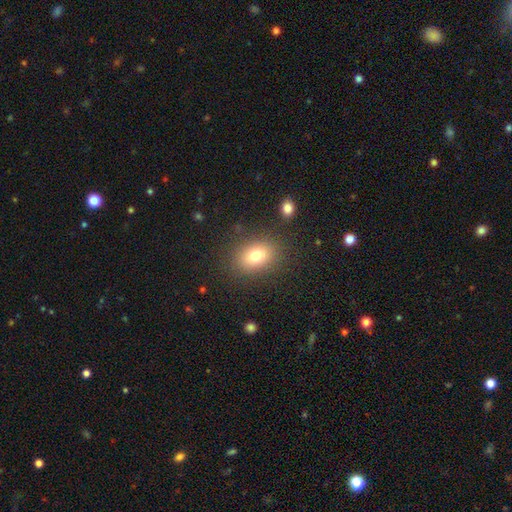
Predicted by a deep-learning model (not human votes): Smooth or featured: smooth — 79% (featured or disk — 11%)
How rounded: in between — 75% (round — 24%)
Merging: none — 85% (minor disturbance — 10%)